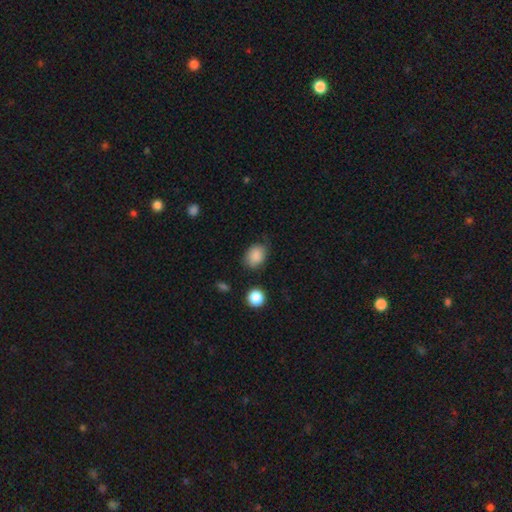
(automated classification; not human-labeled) smooth-or-featured: smooth: 86% | star or artifact: 8% | featured or disk: 5%
  how-rounded: in between: 60% | round: 39% | cigar-shaped: 1%
  merging: none: 70% | minor disturbance: 22% | major disturbance: 5% | merger: 2%